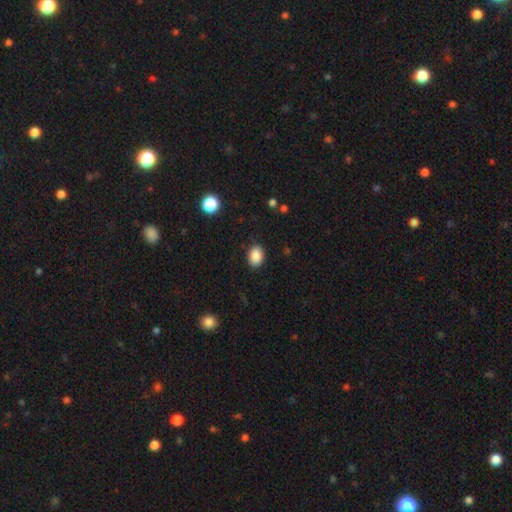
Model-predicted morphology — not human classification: This appears to be a smooth galaxy with no disk features (88%) that is in between round and cigar-shaped (69%). Merging: none (88%).